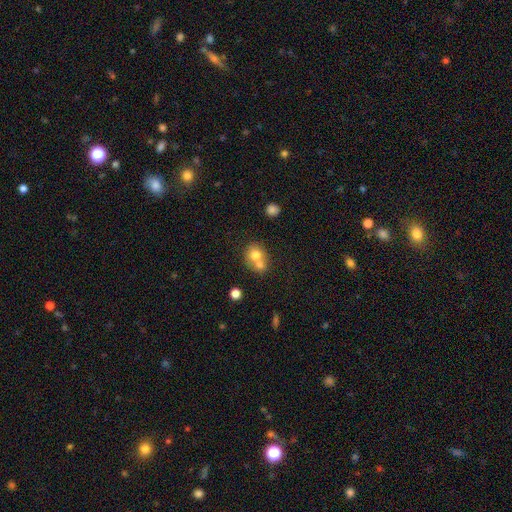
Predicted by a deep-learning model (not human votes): This is likely a smooth galaxy (72%). How rounded: likely round (75%). Merging: possibly merger (58%).